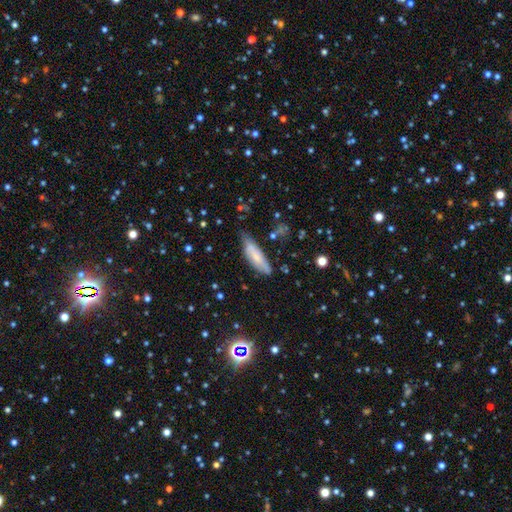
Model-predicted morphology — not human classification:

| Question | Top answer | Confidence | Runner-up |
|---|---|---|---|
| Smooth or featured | smooth | 67% | featured or disk (25%) |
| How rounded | cigar-shaped | 49% | tied: in between (49%) |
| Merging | none | 61% | minor disturbance (30%) |